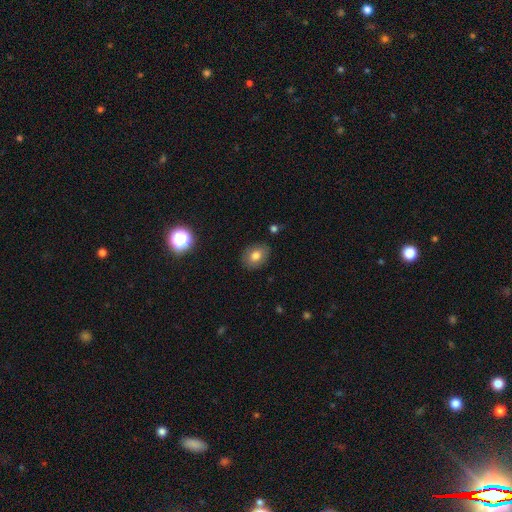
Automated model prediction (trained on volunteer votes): Q: Smooth or featured?
A: smooth (77%); runner-up: featured or disk (13%)
Q: How rounded?
A: in between (66%); runner-up: round (33%)
Q: Merging?
A: none (85%); runner-up: minor disturbance (11%)